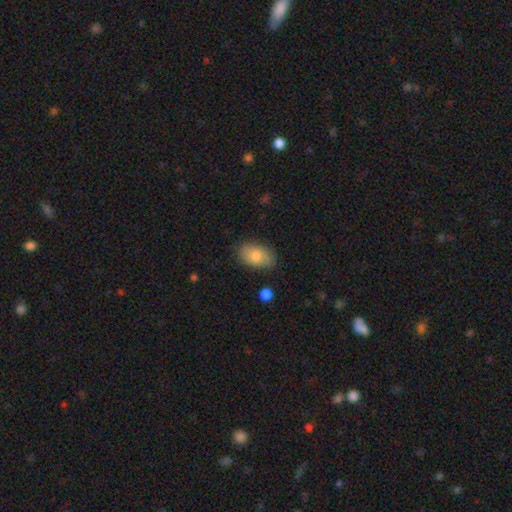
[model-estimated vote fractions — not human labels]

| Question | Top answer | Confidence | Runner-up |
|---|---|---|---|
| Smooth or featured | smooth | 80% | featured or disk (13%) |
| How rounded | in between | 91% | round (7%) |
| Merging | none | 81% | minor disturbance (15%) |